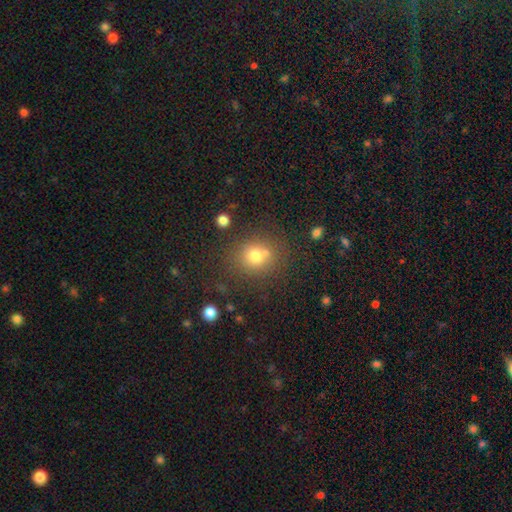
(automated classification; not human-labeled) Overall: smooth (72%). How rounded: round (79%). Merging: none (66%).